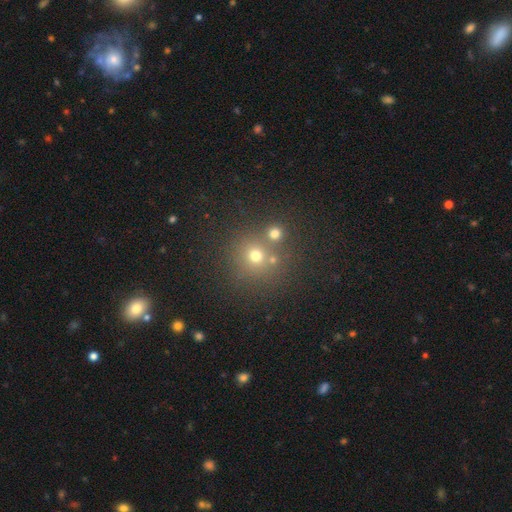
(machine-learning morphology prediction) Smooth or featured: smooth — 67% (star or artifact — 22%)
How rounded: round — 90% (in between — 9%)
Merging: none — 66% (merger — 22%)